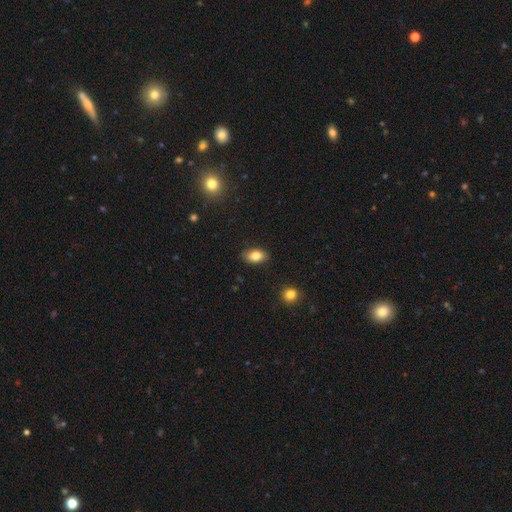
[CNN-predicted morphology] smooth 82%, featured or disk 10%, star or artifact 8%. Down the decision tree: how rounded — in between (90%); merging — none (85%).